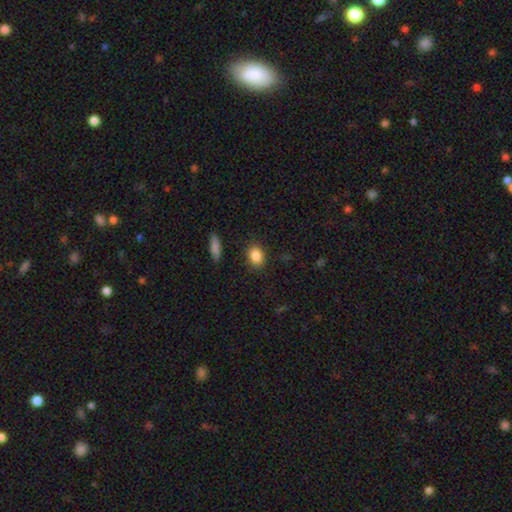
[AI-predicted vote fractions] A smooth galaxy with no disk features (86%) that is in between round and cigar-shaped (59%).

Vote fractions:
- Smooth or featured? smooth: 86% / star or artifact: 9% / featured or disk: 5%
- How rounded? in between: 59% / round: 39% / cigar-shaped: 2%
- Merging? none: 87% / minor disturbance: 9% / major disturbance: 3% / merger: 2%